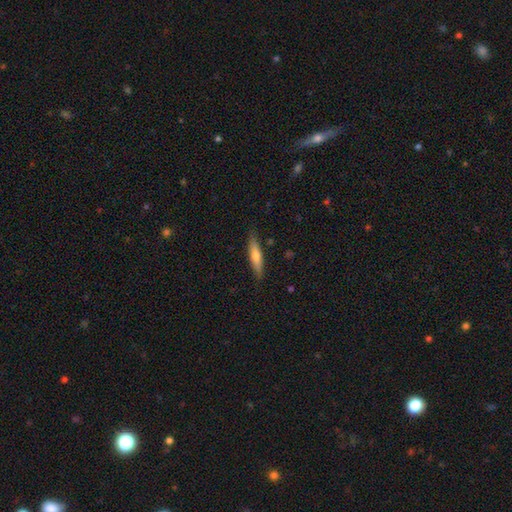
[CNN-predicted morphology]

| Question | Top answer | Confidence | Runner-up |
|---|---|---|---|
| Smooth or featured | smooth | 53% | featured or disk (41%) |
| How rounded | cigar-shaped | 84% | in between (14%) |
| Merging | none | 87% | minor disturbance (10%) |